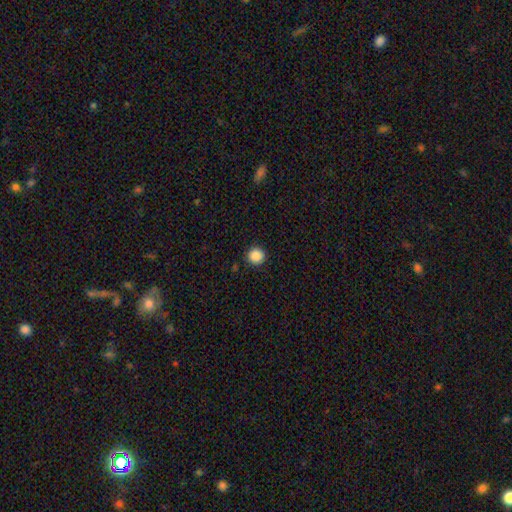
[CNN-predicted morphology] smooth_or_featured: smooth (p=0.88) [alt: star or artifact p=0.10]
how_rounded: round (p=0.93) [alt: in between p=0.06]
merging: none (p=0.91) [alt: minor disturbance p=0.06]